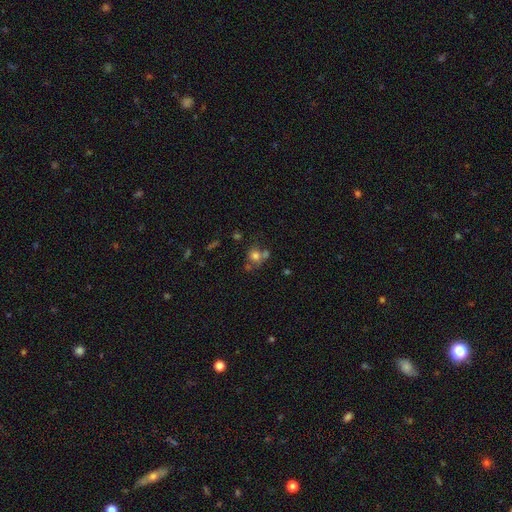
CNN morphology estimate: A smooth galaxy with no disk features (71%) that is round (79%). Merging: none (48%).